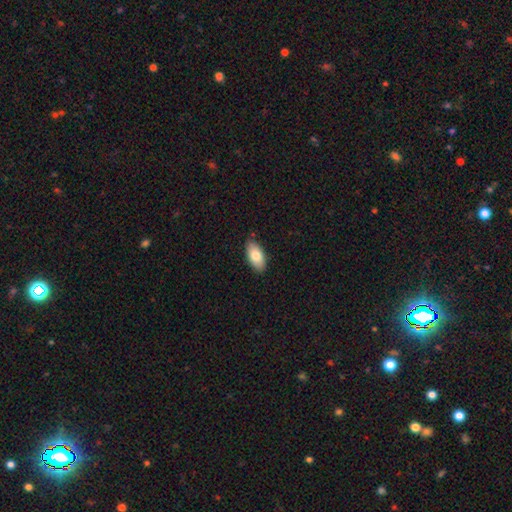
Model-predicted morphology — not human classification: This is likely a smooth galaxy (80%). How rounded: clearly in between (93%). Merging: clearly none (86%).